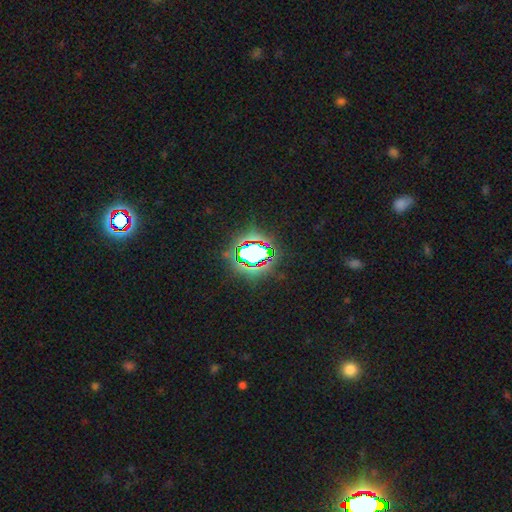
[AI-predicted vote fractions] Overall: star or artifact (78%).